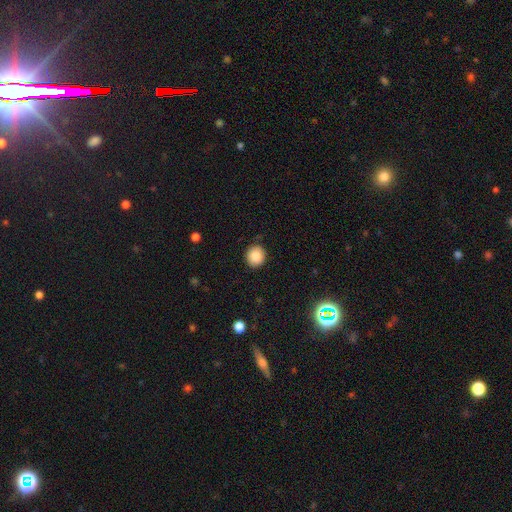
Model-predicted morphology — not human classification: type=smooth (84%); roundness=round (86%); merging=none (86%).